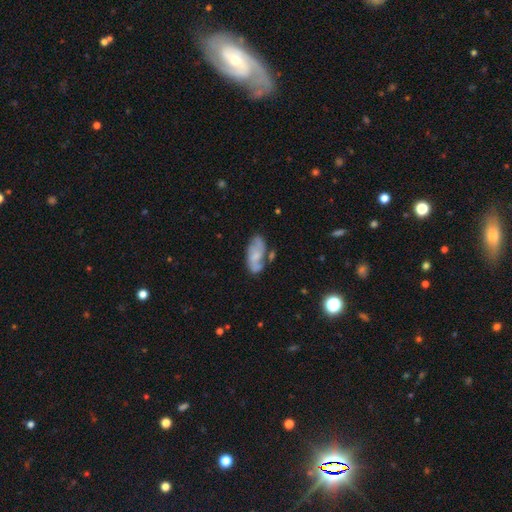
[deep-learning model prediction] Smooth or featured?
  - featured or disk: 57% *
  - smooth: 35%
  - star or artifact: 8%
Edge-on disk?
  - no: 94% *
  - yes: 6%
Bar?
  - no: 61% *
  - weak: 32%
  - strong: 7%
Spiral arms?
  - yes: 81% *
  - no: 19%
Bulge size?
  - small: 40% *
  - none: 30%
  - moderate: 25%
  - large: 4%
  - dominant: 1%
Merging?
  - none: 56% *
  - minor disturbance: 23%
  - merger: 11%
  - major disturbance: 10%